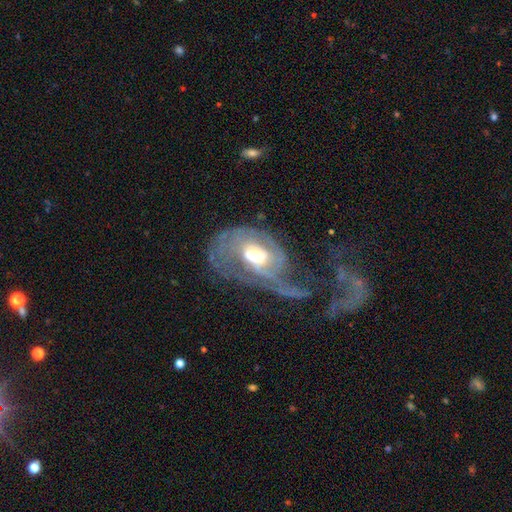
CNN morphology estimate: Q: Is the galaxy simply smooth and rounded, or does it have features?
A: featured or disk — 78%.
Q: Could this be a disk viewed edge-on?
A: no — 96%.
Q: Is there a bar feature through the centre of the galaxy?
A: no — 56%.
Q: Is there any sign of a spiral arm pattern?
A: yes — 79%.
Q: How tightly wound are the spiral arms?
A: medium — 37%.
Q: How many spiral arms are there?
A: can't tell — 31%.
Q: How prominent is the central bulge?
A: moderate — 61%.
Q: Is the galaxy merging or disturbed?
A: major disturbance — 56%.